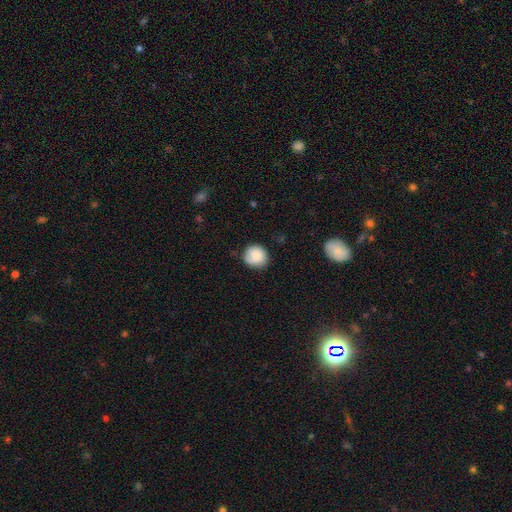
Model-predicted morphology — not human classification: smooth-or-featured: smooth: 84% | featured or disk: 8% | star or artifact: 8%
  how-rounded: round: 87% | in between: 12% | cigar-shaped: 1%
  merging: none: 78% | minor disturbance: 18% | major disturbance: 3% | merger: 1%